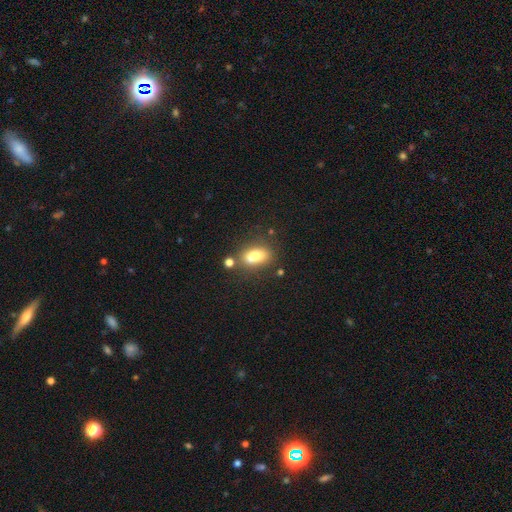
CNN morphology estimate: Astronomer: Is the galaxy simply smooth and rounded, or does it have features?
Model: smooth — 78%.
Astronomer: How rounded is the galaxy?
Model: in between — 83%.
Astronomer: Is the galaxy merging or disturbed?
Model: none — 62%.